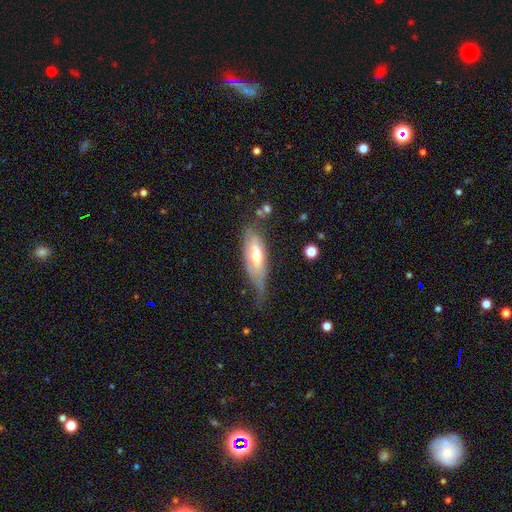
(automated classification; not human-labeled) This appears to be a smooth galaxy with no disk features (47%, tied with featured or disk). Merging: none (37%, tied with minor disturbance).